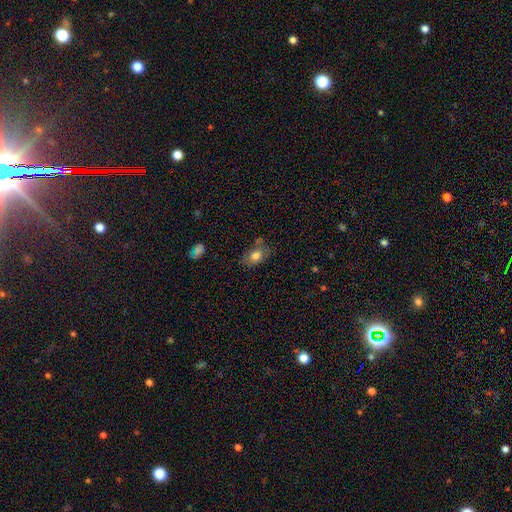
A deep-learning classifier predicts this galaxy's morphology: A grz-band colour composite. It shows a smooth galaxy with no disk features (77%) that is in between round and cigar-shaped (81%). Merging: none (59%).